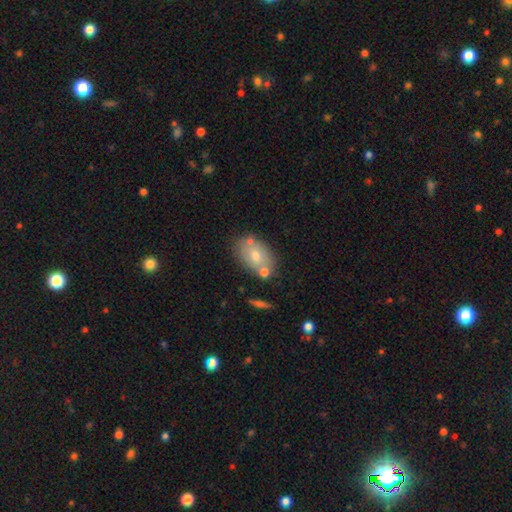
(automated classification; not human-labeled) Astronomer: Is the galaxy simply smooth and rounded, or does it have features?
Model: smooth — 64%.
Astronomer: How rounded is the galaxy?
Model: in between — 84%.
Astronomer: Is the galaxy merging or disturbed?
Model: none — 68%.